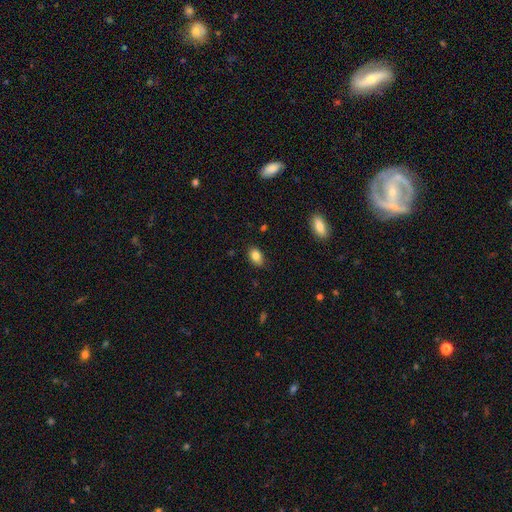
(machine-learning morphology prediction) Smooth or featured: smooth — 85% (star or artifact — 8%)
How rounded: in between — 83% (round — 15%)
Merging: none — 83% (minor disturbance — 13%)